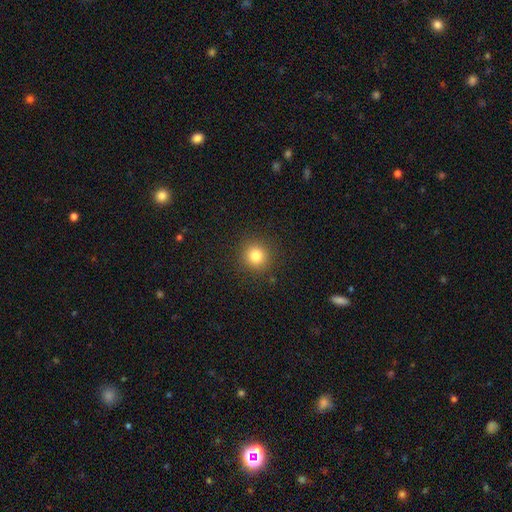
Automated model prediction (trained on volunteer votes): Smooth or featured?
  - smooth: 82% *
  - star or artifact: 12%
  - featured or disk: 6%
How rounded?
  - round: 92% *
  - in between: 7%
  - cigar-shaped: 1%
Merging?
  - none: 90% *
  - minor disturbance: 6%
  - major disturbance: 3%
  - merger: 1%